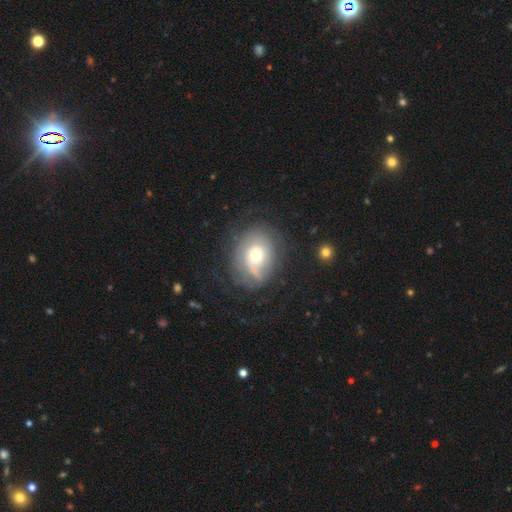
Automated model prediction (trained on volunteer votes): Smooth or featured: featured or disk — 50% (smooth — 41%)
Edge-on disk: no — 95% (yes — 5%)
Merging: none — 57% (minor disturbance — 24%)